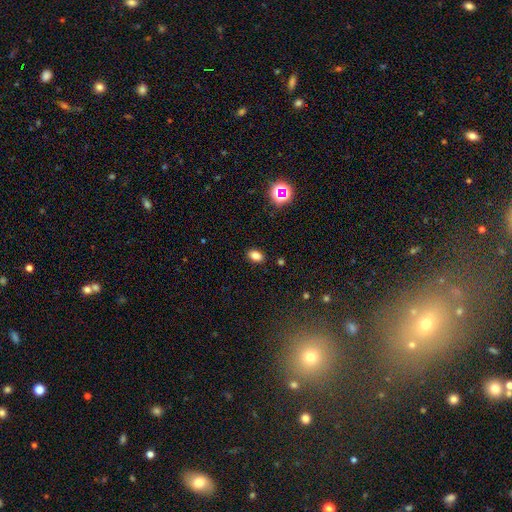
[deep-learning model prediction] A smooth galaxy with no disk features (80%) that is in between round and cigar-shaped (86%).

Vote fractions:
- Smooth or featured? smooth: 80% / star or artifact: 13% / featured or disk: 6%
- How rounded? in between: 86% / round: 12% / cigar-shaped: 2%
- Merging? none: 88% / minor disturbance: 8% / major disturbance: 2% / merger: 1%